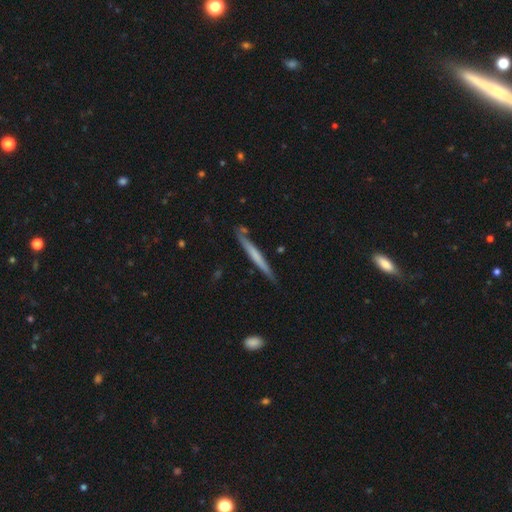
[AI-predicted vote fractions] Q: Smooth or featured?
A: smooth (50%); runner-up: featured or disk (45%)
Q: Merging?
A: none (83%); runner-up: minor disturbance (12%)